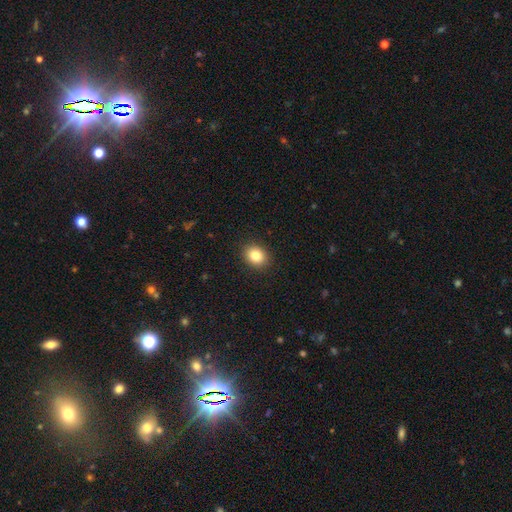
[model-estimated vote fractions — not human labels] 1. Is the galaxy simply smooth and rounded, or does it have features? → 84% smooth, 10% star or artifact, 6% featured or disk.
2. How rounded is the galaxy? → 54% round, 45% in between, 1% cigar-shaped.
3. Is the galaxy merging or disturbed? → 90% none, 7% minor disturbance, 2% major disturbance, 1% merger.